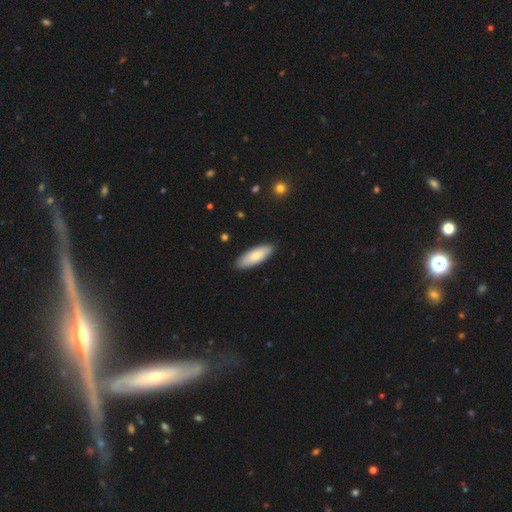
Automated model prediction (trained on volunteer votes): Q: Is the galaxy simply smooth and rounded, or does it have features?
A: smooth — 79%.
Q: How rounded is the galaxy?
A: in between — 65%.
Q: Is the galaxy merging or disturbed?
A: none — 89%.